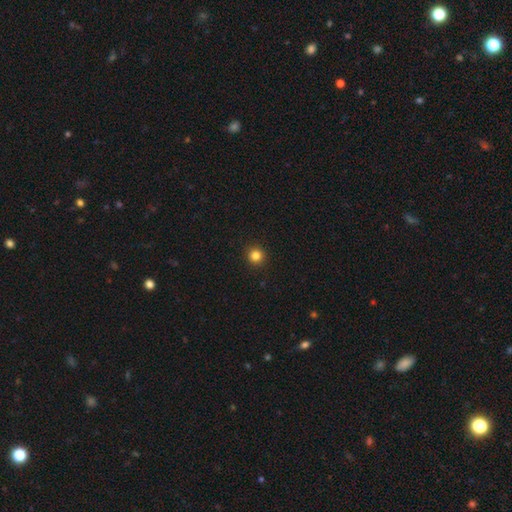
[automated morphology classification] A smooth galaxy with no disk features (83%) that is round (95%).

Vote fractions:
- Smooth or featured? smooth: 83% / star or artifact: 13% / featured or disk: 4%
- How rounded? round: 95% / in between: 4% / cigar-shaped: 1%
- Merging? none: 93% / minor disturbance: 4% / major disturbance: 2% / merger: 1%